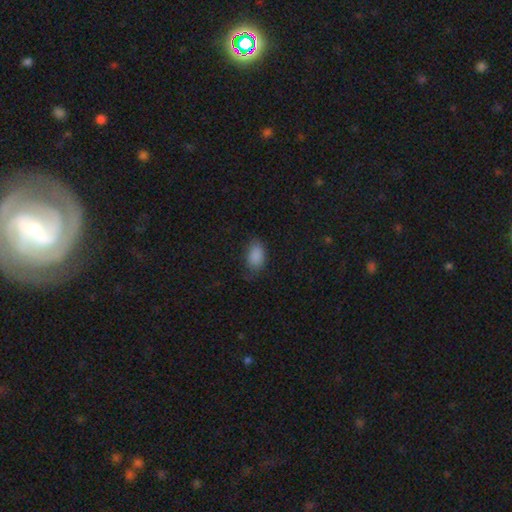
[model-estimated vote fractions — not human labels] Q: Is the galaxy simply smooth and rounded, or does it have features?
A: smooth — 84%.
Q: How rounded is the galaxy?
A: in between — 90%.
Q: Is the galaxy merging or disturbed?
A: none — 60%.